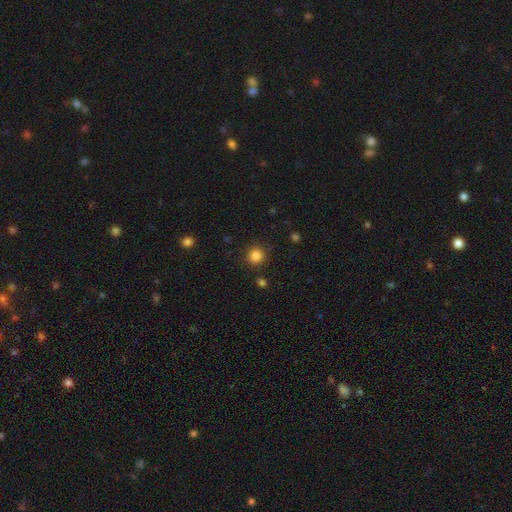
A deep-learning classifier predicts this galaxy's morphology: smooth-or-featured: smooth: 83% | star or artifact: 12% | featured or disk: 4%
  how-rounded: round: 93% | in between: 6% | cigar-shaped: 1%
  merging: none: 89% | minor disturbance: 6% | major disturbance: 2% | merger: 2%